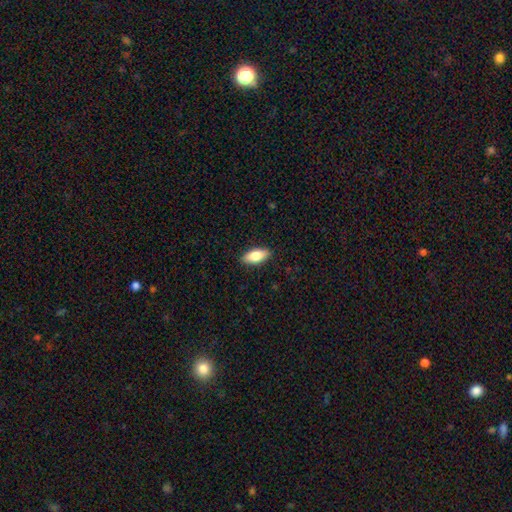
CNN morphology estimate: Q: Smooth or featured?
A: smooth (82%); runner-up: featured or disk (12%)
Q: How rounded?
A: in between (86%); runner-up: cigar-shaped (12%)
Q: Merging?
A: none (89%); runner-up: minor disturbance (8%)